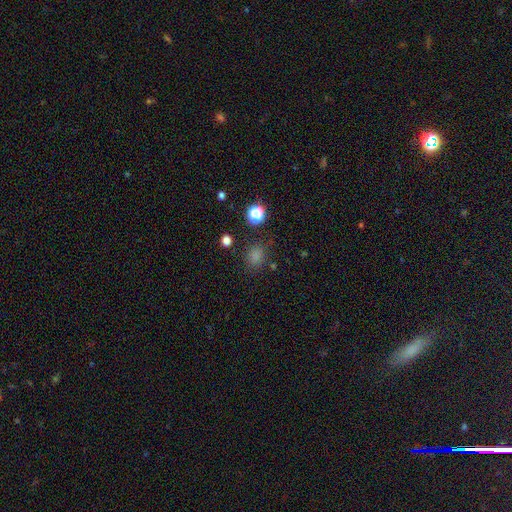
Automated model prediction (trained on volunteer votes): This appears to be a smooth galaxy with no disk features (76%) that is round (65%). Merging: none (76%).